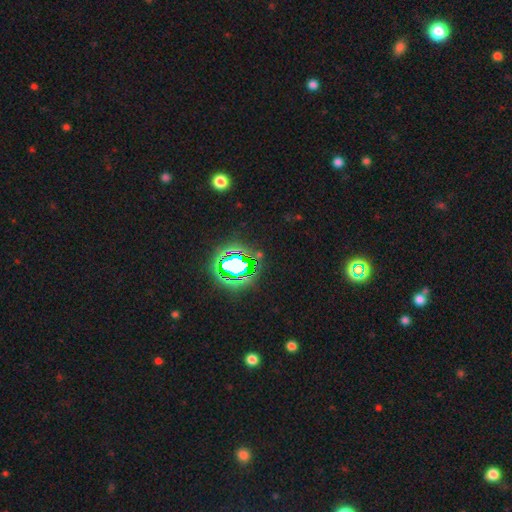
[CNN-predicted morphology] The model was most divided on "smooth or featured": star or artifact: 76%, smooth: 14%, featured or disk: 10%.